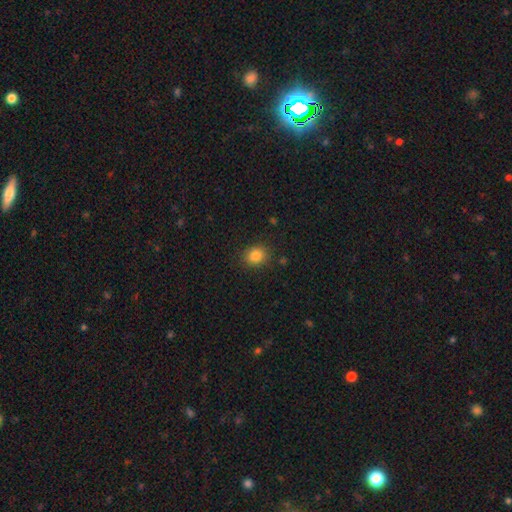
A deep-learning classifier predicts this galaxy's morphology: smooth-or-featured: smooth: 83% | star or artifact: 11% | featured or disk: 5%
  how-rounded: round: 66% | in between: 33% | cigar-shaped: 1%
  merging: none: 86% | minor disturbance: 9% | major disturbance: 3% | merger: 1%